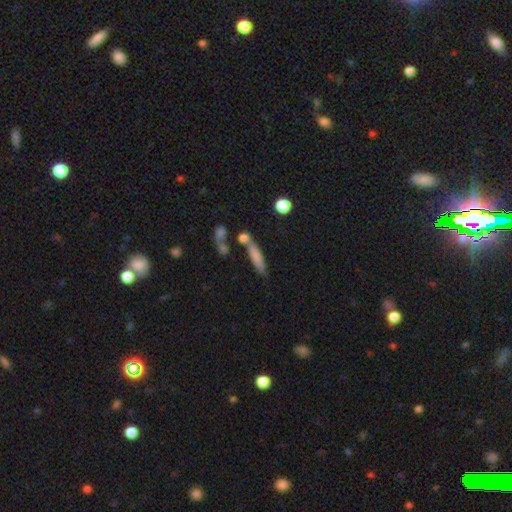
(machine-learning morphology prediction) Q: Smooth or featured?
A: smooth (67%); runner-up: featured or disk (24%)
Q: How rounded?
A: cigar-shaped (79%); runner-up: in between (17%)
Q: Merging?
A: none (55%); runner-up: merger (22%)